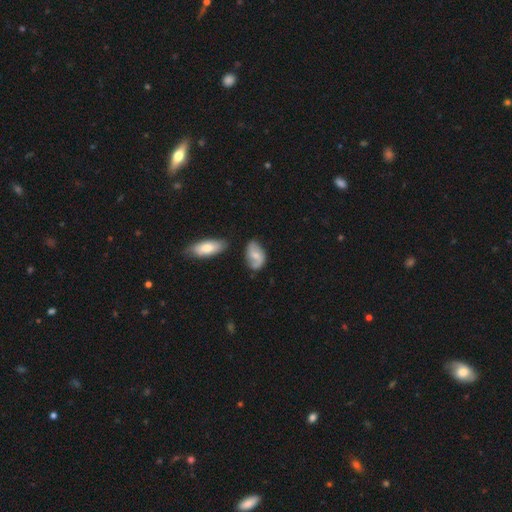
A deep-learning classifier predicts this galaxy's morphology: A featured or disk galaxy (48%). Merging: none (60%).